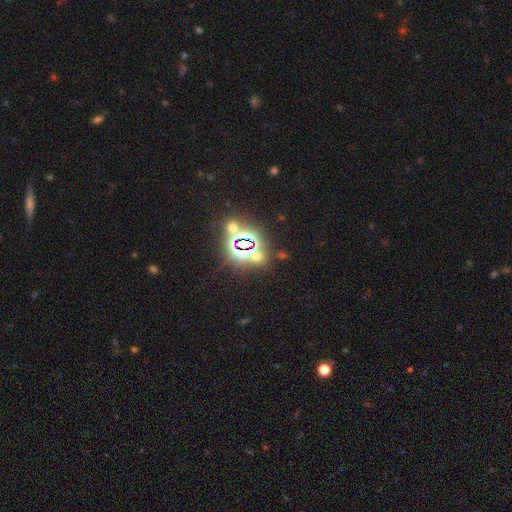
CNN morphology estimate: type=star or artifact (65%).